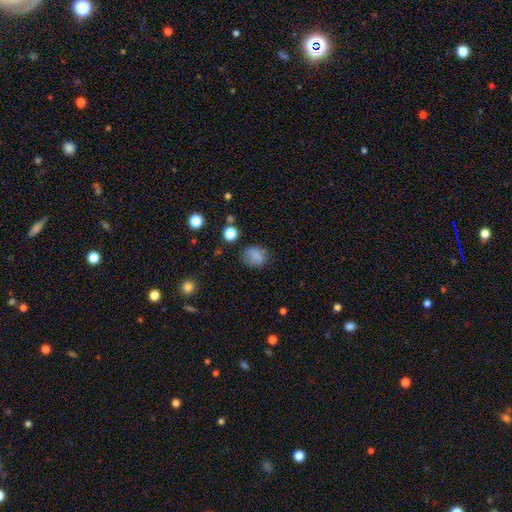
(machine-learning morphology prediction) Overall: smooth (76%). How rounded: in between (49%, tied with round). Merging: none (72%).